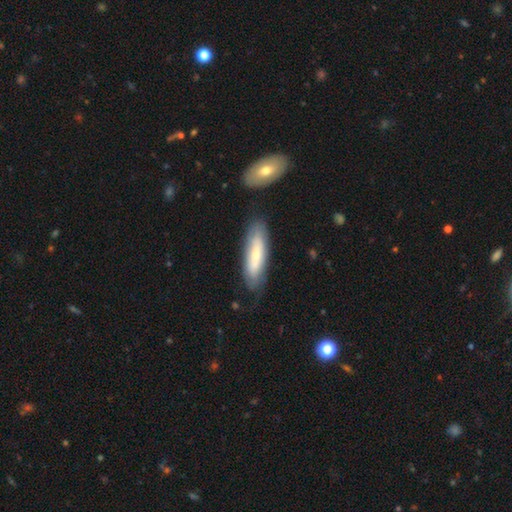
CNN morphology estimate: smooth 54%, featured or disk 39%, star or artifact 6%. Down the decision tree: how rounded — cigar-shaped (58%); merging — none (77%).